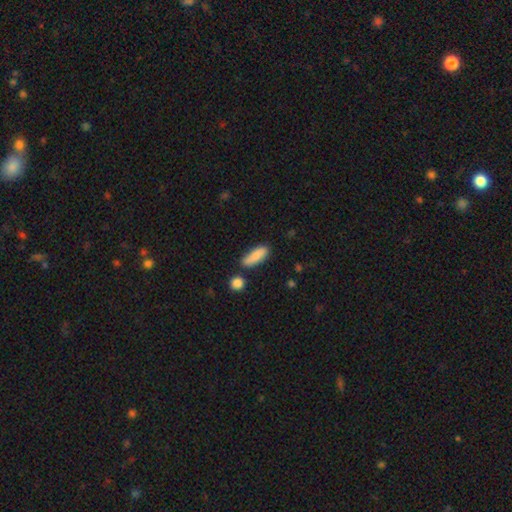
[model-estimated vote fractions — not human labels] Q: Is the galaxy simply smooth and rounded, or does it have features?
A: smooth — 85%.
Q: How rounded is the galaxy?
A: in between — 61%.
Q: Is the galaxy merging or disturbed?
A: none — 73%.